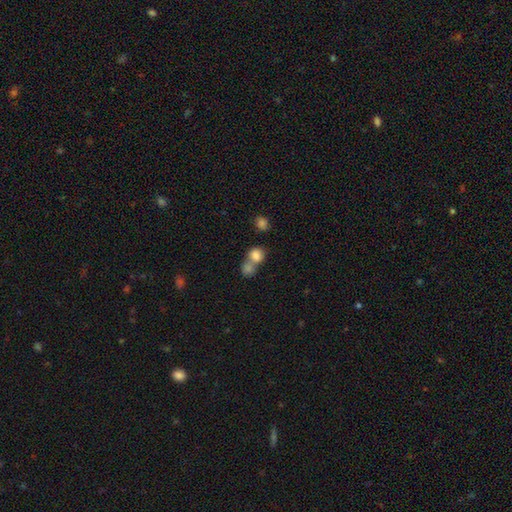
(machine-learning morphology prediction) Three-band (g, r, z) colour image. It shows a smooth galaxy with no disk features (81%) that is round (68%). Merging: merger (59%).